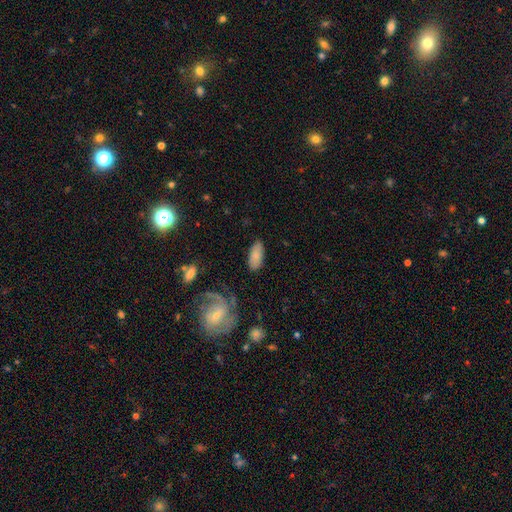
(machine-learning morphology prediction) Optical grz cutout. It shows a smooth galaxy with no disk features (77%) that is in between round and cigar-shaped (89%). Merging: none (81%).